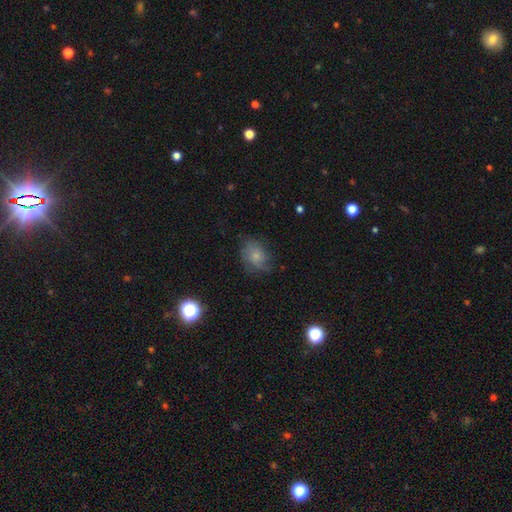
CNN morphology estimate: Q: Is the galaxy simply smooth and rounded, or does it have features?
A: smooth — 67%.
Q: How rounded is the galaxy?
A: in between — 63%.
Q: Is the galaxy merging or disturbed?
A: none — 62%.